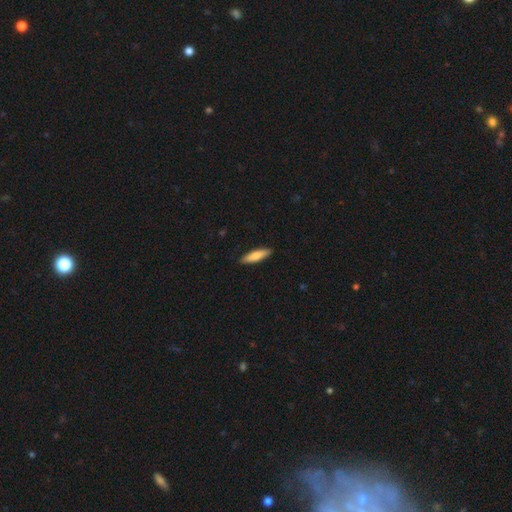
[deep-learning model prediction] A smooth galaxy with no disk features (76%) that is cigar-shaped (69%). Merging: none (89%).